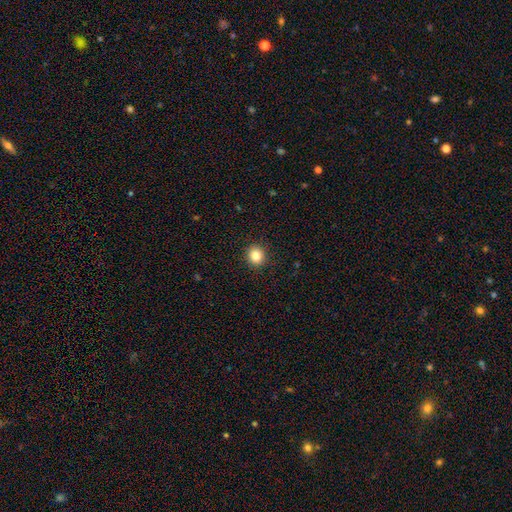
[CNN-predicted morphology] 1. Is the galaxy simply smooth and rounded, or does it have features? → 85% smooth, 10% star or artifact, 5% featured or disk.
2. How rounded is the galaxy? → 85% round, 15% in between, 1% cigar-shaped.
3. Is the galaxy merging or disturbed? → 91% none, 6% minor disturbance, 2% major disturbance, 1% merger.